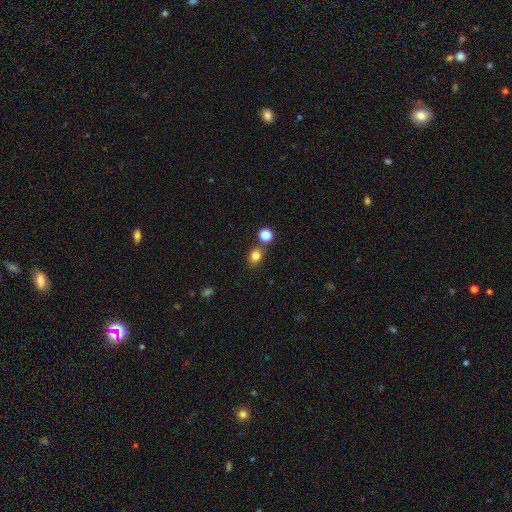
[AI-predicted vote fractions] Smooth or featured?
  - smooth: 81% *
  - star or artifact: 13%
  - featured or disk: 7%
How rounded?
  - in between: 52% *
  - round: 47%
  - cigar-shaped: 1%
Merging?
  - none: 71% *
  - merger: 15%
  - minor disturbance: 11%
  - major disturbance: 3%